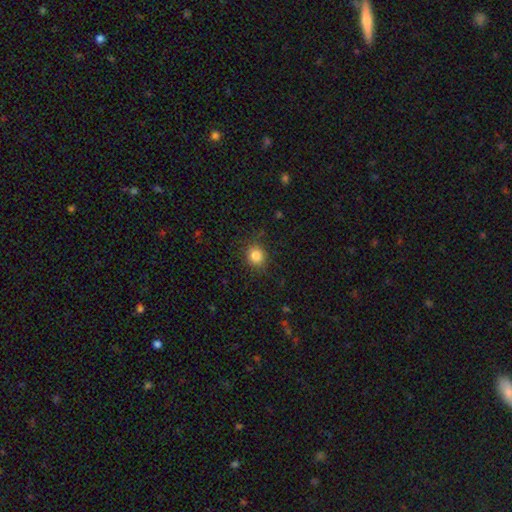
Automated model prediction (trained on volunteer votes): Smooth or featured? smooth (84%)
How rounded? round (79%)
Merging? none (85%)